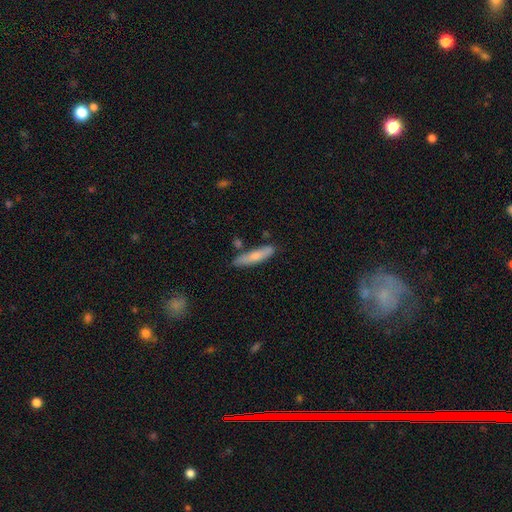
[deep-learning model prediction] Overall: smooth (68%). How rounded: cigar-shaped (81%). Merging: none (77%).